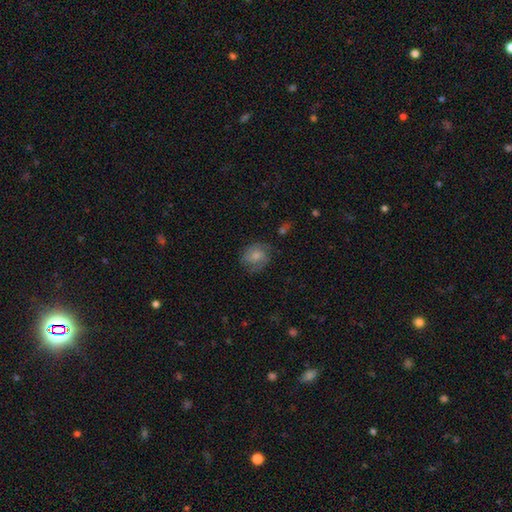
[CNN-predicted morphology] smooth-or-featured: featured or disk: 54% | smooth: 38% | star or artifact: 8%
  disk-edge-on: no: 97% | yes: 3%
    bar: no: 65% | weak: 31% | strong: 5%
    has-spiral-arms: yes: 89% | no: 11%
    bulge-size: moderate: 40% | small: 36% | none: 13% | large: 9% | dominant: 2%
  merging: none: 71% | minor disturbance: 19% | major disturbance: 8% | merger: 2%